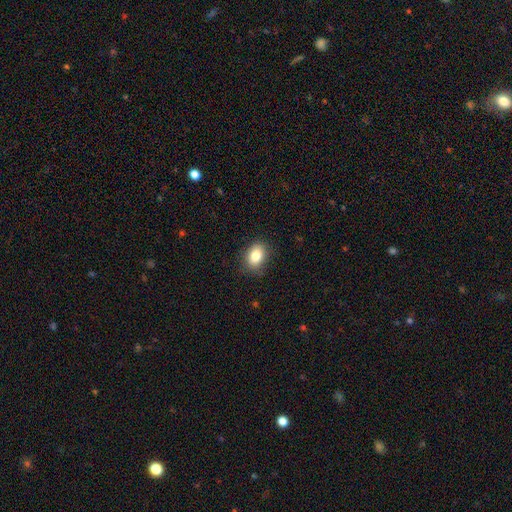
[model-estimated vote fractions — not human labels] The model was most divided on "how rounded": in between: 74%, round: 25%, cigar-shaped: 1%. More confident: smooth or featured — smooth (84%); merging — none (84%).